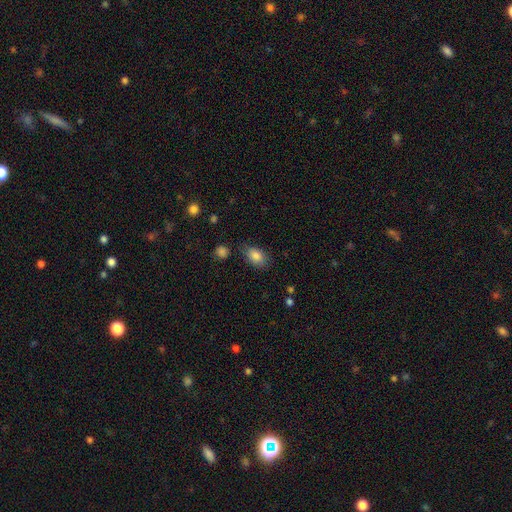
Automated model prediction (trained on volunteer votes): This is clearly a smooth galaxy (84%). How rounded: clearly in between (86%). Merging: likely none (77%).